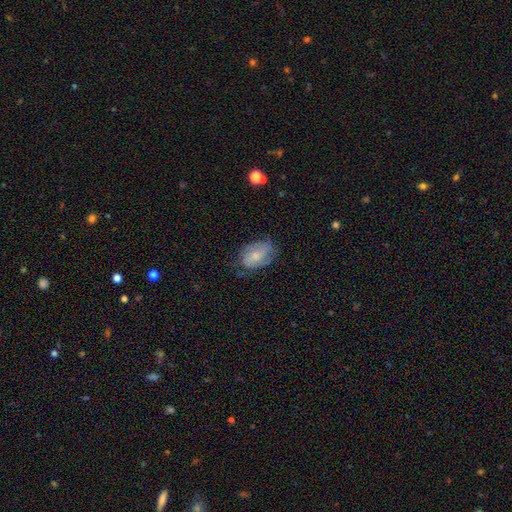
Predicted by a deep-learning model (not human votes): smooth-or-featured: smooth: 48% | featured or disk: 44% | star or artifact: 8%
  merging: none: 58% | minor disturbance: 29% | major disturbance: 12% | merger: 1%